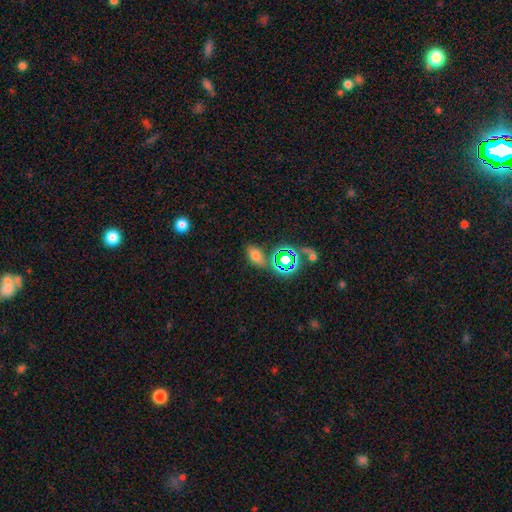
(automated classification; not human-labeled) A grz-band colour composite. It shows a smooth galaxy with no disk features (63%) that is in between round and cigar-shaped (86%). Merging: none (71%).